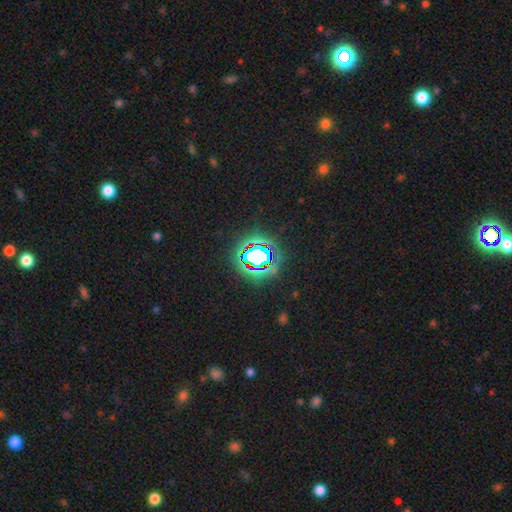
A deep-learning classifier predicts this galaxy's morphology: Overall: star or artifact (68%).